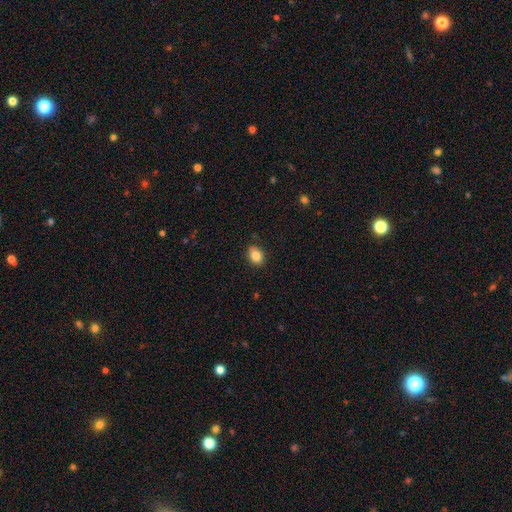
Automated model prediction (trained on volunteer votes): This appears to be a smooth galaxy with no disk features (86%) that is in between round and cigar-shaped (68%). Merging: none (85%).